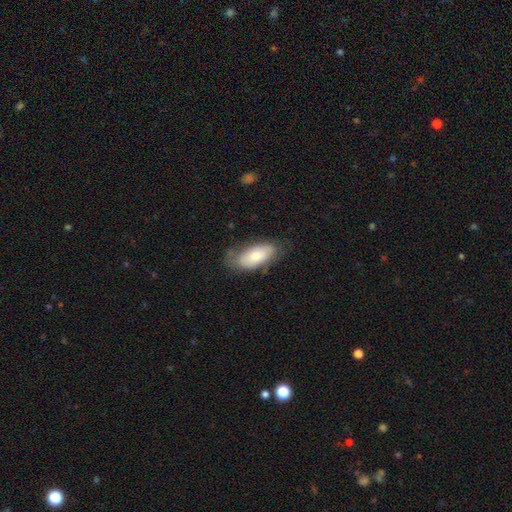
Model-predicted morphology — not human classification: Smooth or featured: smooth — 67% (featured or disk — 27%)
How rounded: in between — 90% (cigar-shaped — 8%)
Merging: none — 63% (minor disturbance — 26%)